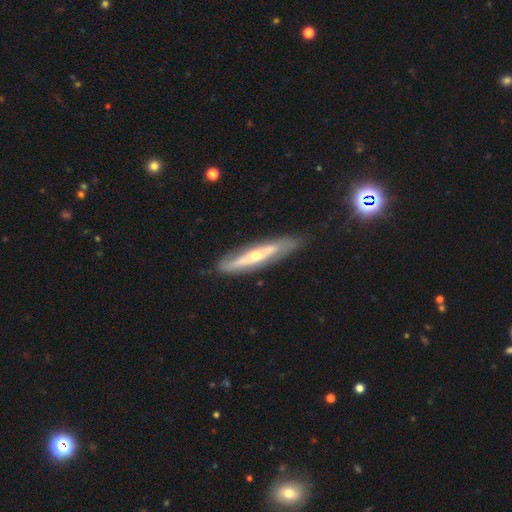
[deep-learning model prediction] Smooth or featured?
  - featured or disk: 71% *
  - smooth: 24%
  - star or artifact: 6%
Edge-on disk?
  - yes: 60% *
  - no: 40%
Merging?
  - none: 76% *
  - minor disturbance: 17%
  - major disturbance: 4%
  - merger: 2%